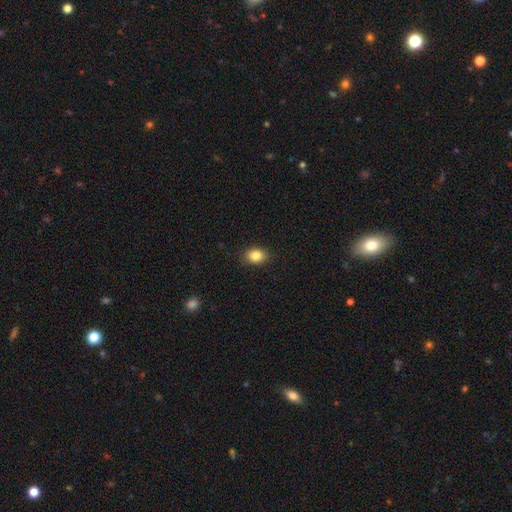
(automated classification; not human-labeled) Morphology: type=smooth (85%); roundness=in between (61%); merging=none (88%).